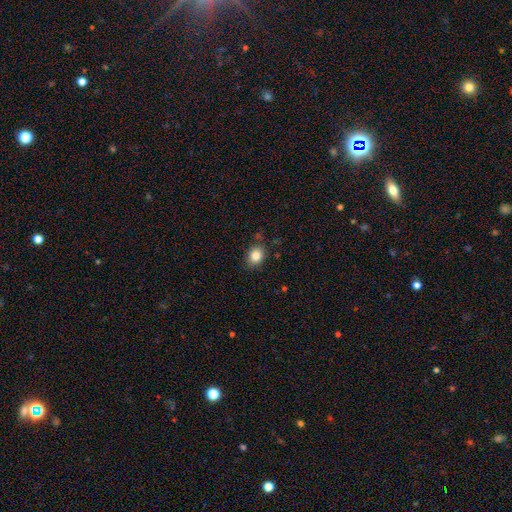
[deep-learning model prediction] Overall: smooth (85%). How rounded: in between (52%; round 47%). Merging: none (82%).